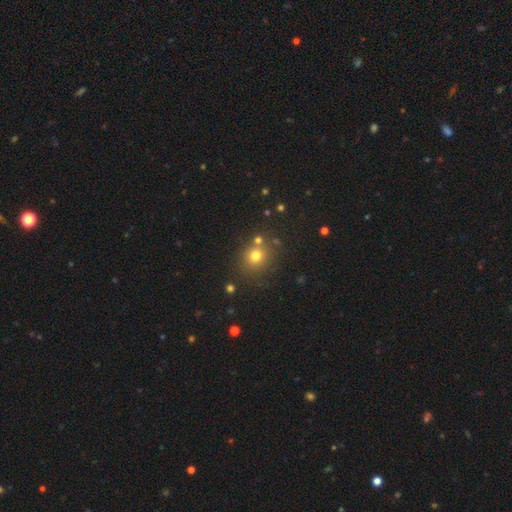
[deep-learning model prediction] A smooth galaxy with no disk features (74%) that is round (84%). Merging: none (74%).